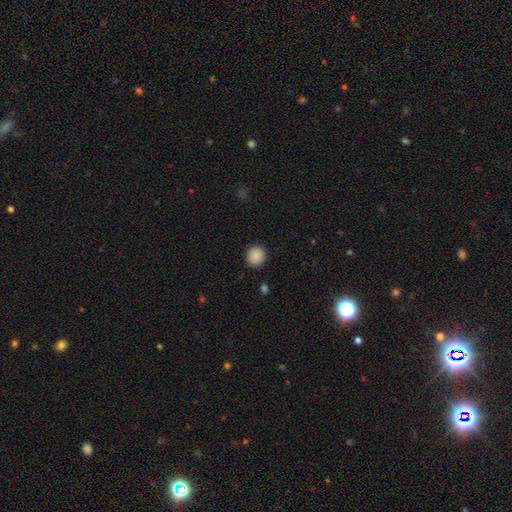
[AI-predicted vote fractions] Morphology: type=smooth (89%); roundness=round (91%); merging=none (91%).